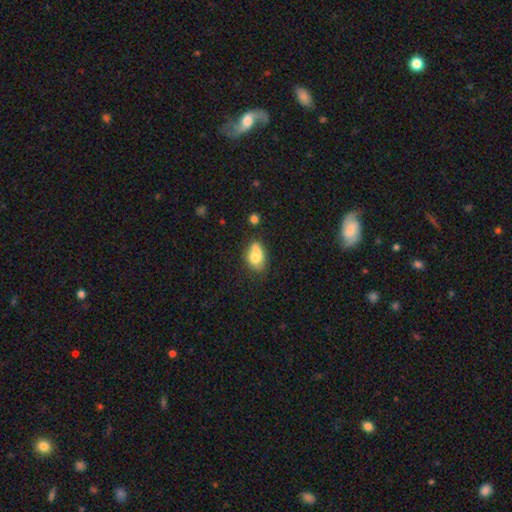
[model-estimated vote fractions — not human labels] Q: Smooth or featured?
A: smooth (69%); runner-up: featured or disk (21%)
Q: How rounded?
A: in between (80%); runner-up: round (16%)
Q: Merging?
A: none (37%); runner-up: merger (26%)